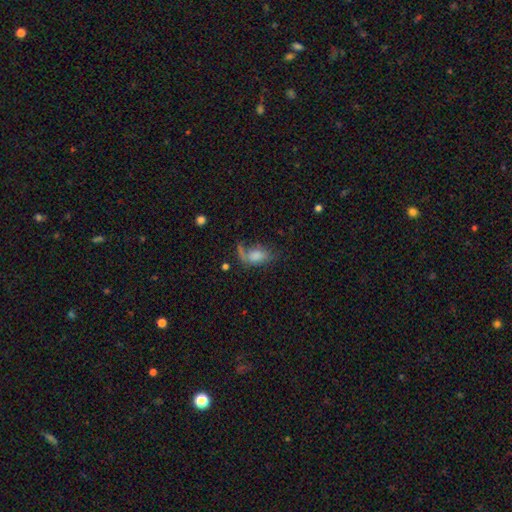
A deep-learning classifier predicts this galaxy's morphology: Smooth or featured? Predicted: smooth (p=0.65). How rounded? Predicted: in between (p=0.87). Merging? Predicted: none (p=0.36).